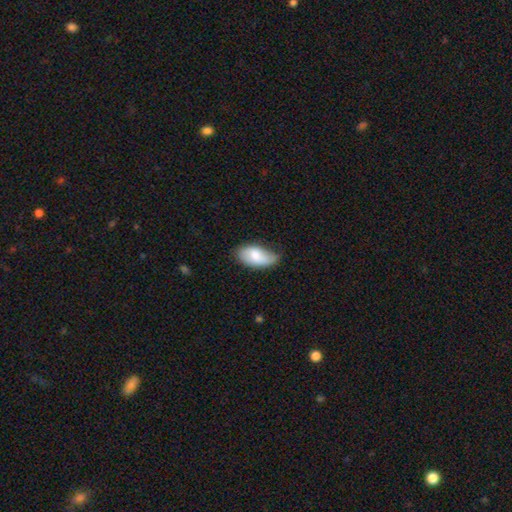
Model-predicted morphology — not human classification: Smooth or featured? smooth (71%)
How rounded? in between (94%)
Merging? none (53%)